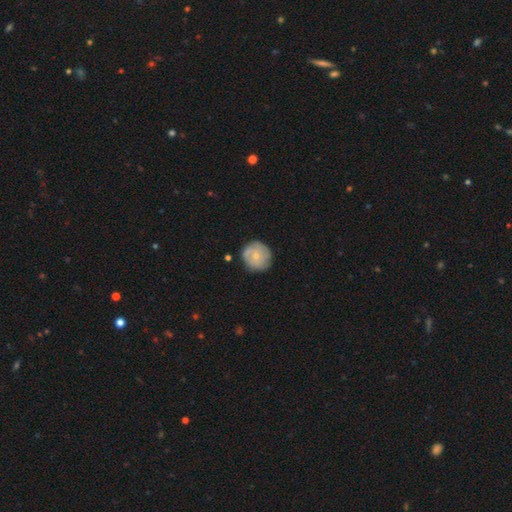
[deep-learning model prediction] Smooth or featured?
  - smooth: 52% *
  - featured or disk: 41%
  - star or artifact: 7%
How rounded?
  - round: 91% *
  - in between: 8%
  - cigar-shaped: 1%
Merging?
  - none: 77% *
  - minor disturbance: 17%
  - major disturbance: 4%
  - merger: 2%